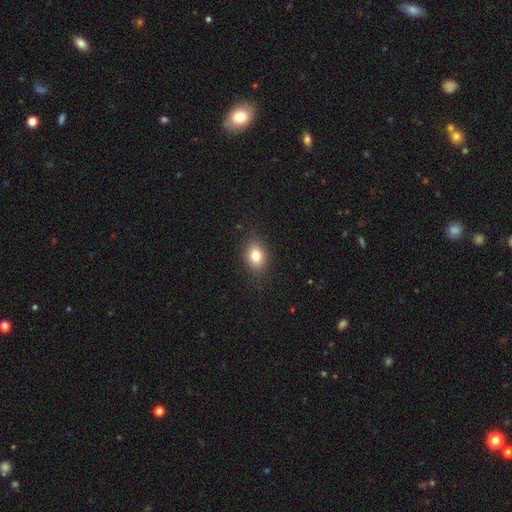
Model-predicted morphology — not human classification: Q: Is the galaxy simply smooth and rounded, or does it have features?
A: smooth — 79%.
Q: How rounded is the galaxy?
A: in between — 63%.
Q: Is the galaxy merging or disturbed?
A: none — 84%.